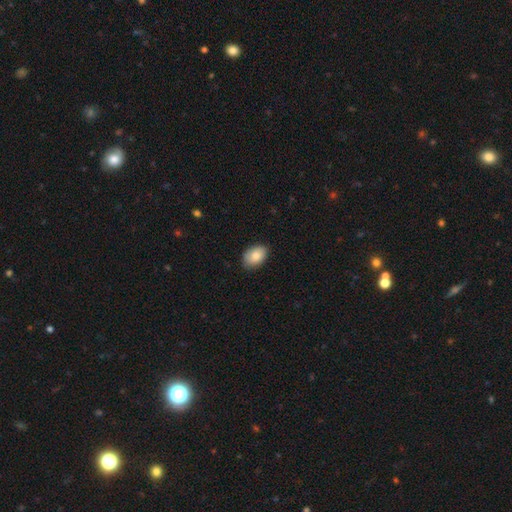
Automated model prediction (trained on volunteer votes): Smooth or featured? Predicted: smooth (p=0.84). How rounded? Predicted: in between (p=0.86). Merging? Predicted: none (p=0.82).